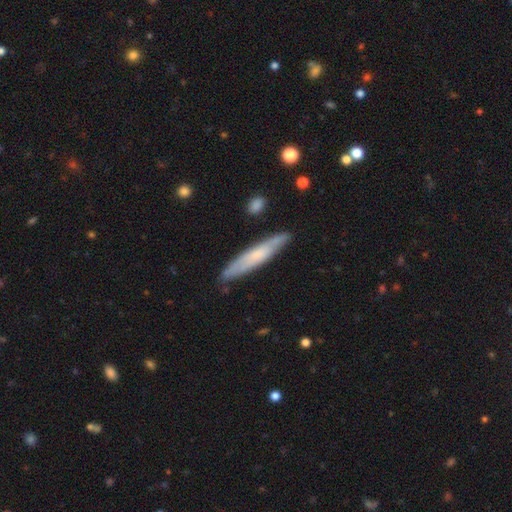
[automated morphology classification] Smooth or featured: smooth — 51% (featured or disk — 43%)
How rounded: cigar-shaped — 89% (in between — 9%)
Merging: none — 83% (minor disturbance — 13%)